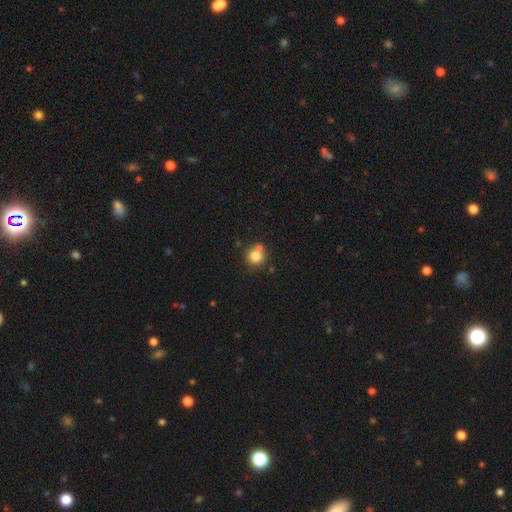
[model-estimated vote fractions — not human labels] Morphology: type=smooth (79%); roundness=round (90%); merging=none (63%).